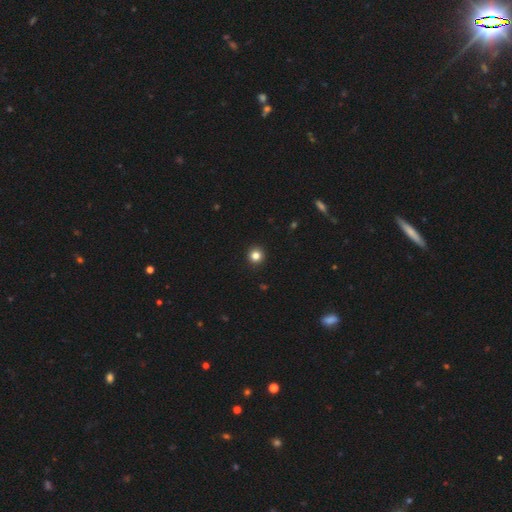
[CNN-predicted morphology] Smooth or featured?
  - smooth: 83% *
  - star or artifact: 12%
  - featured or disk: 5%
How rounded?
  - round: 96% *
  - in between: 3%
  - cigar-shaped: 1%
Merging?
  - none: 94% *
  - minor disturbance: 4%
  - major disturbance: 1%
  - merger: 1%